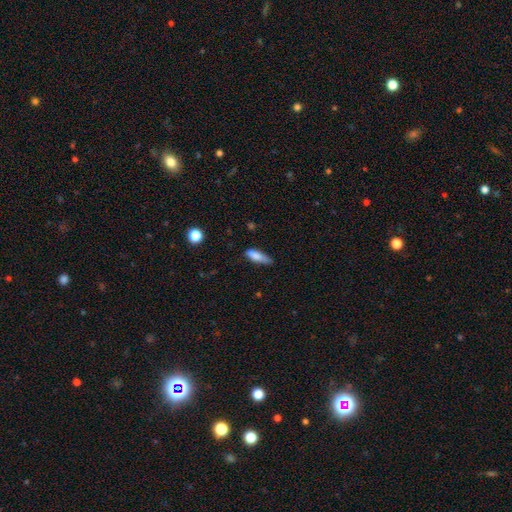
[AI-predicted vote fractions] Smooth or featured? Predicted: smooth (p=0.80). How rounded? Predicted: cigar-shaped (p=0.50). Merging? Predicted: none (p=0.50).